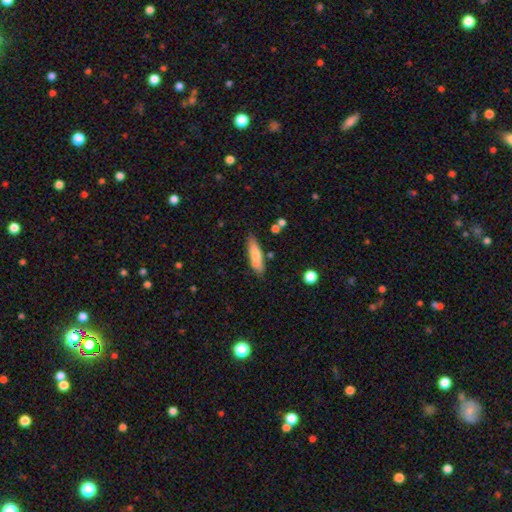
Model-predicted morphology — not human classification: smooth 70%, featured or disk 23%, star or artifact 7%. Down the decision tree: how rounded — cigar-shaped (64%); merging — none (74%).